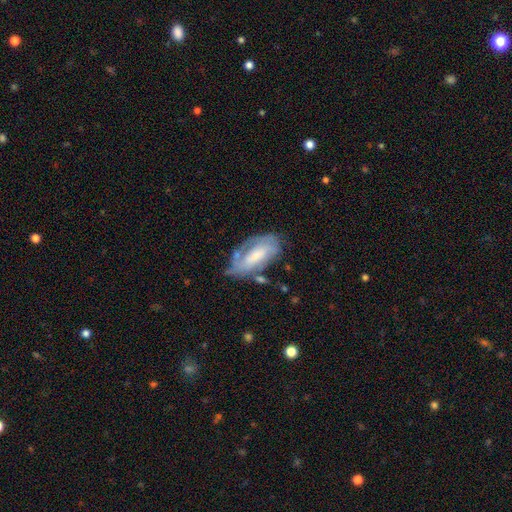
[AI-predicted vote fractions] A featured or disk galaxy (61%) with no bar (46%), spiral arms (74%) and a moderate central bulge (38%). Merging: none (55%).